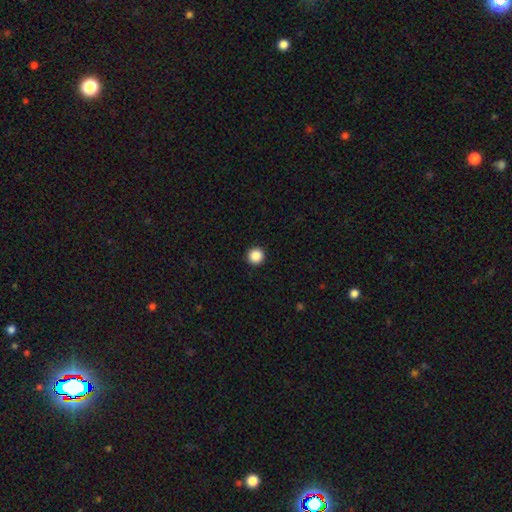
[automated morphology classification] Smooth or featured? Predicted: smooth (p=0.88). How rounded? Predicted: round (p=0.97). Merging? Predicted: none (p=0.94).